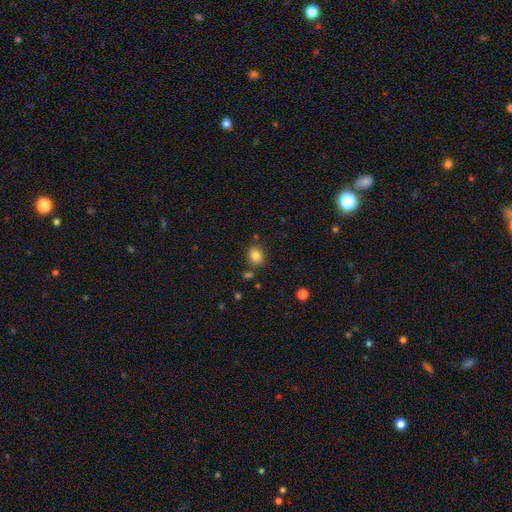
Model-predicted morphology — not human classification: This is clearly a smooth galaxy (84%). How rounded: possibly round (55%). Merging: clearly none (81%).